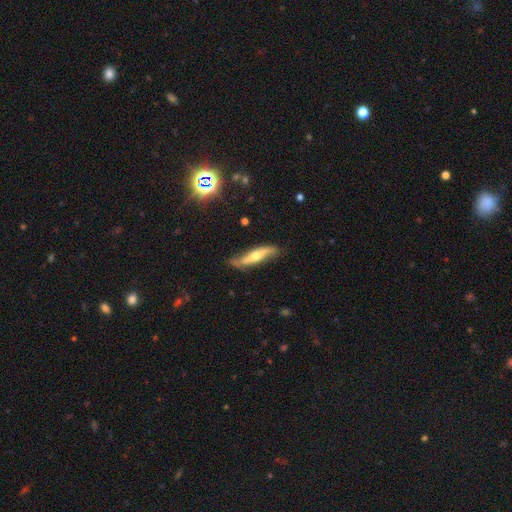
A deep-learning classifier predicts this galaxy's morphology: A featured or disk galaxy (61%) viewed edge-on (63%).

Vote fractions:
- Smooth or featured? featured or disk: 61% / smooth: 32% / star or artifact: 7%
- Edge-on disk? yes: 63% / no: 37%
- Merging? none: 67% / minor disturbance: 25% / major disturbance: 6% / merger: 2%